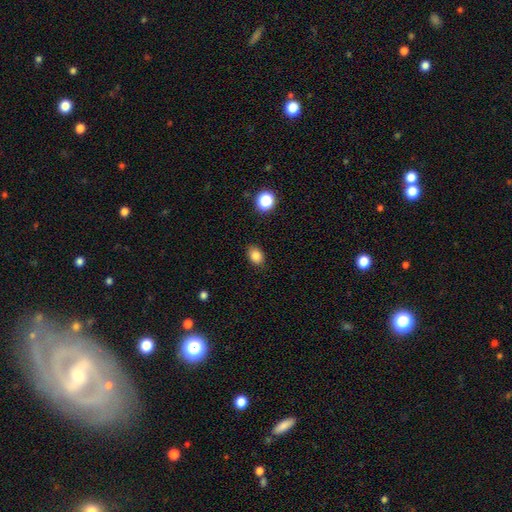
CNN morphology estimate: Q: Smooth or featured?
A: smooth (85%); runner-up: star or artifact (11%)
Q: How rounded?
A: in between (70%); runner-up: round (29%)
Q: Merging?
A: none (85%); runner-up: minor disturbance (10%)